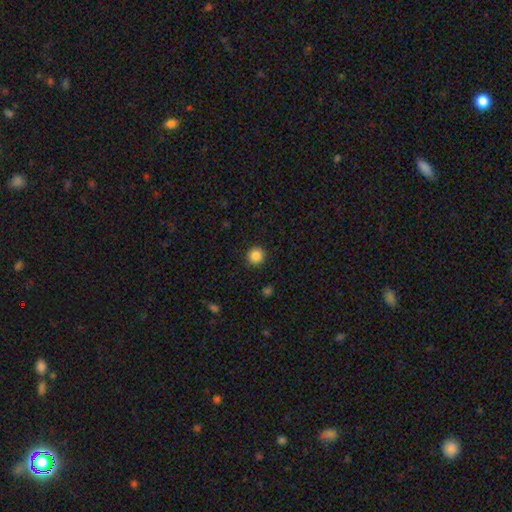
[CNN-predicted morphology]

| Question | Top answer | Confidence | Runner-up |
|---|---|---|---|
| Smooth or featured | smooth | 86% | star or artifact (10%) |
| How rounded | round | 94% | in between (5%) |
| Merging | none | 92% | minor disturbance (5%) |